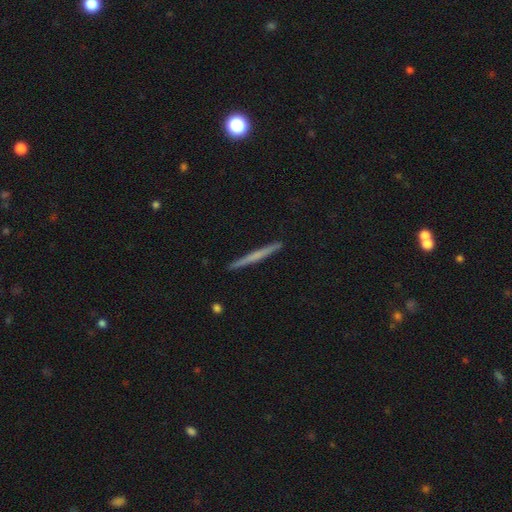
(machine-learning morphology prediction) Smooth or featured?
  - featured or disk: 49% *
  - smooth: 46%
  - star or artifact: 6%
Merging?
  - none: 93% *
  - minor disturbance: 5%
  - major disturbance: 1%
  - merger: 1%